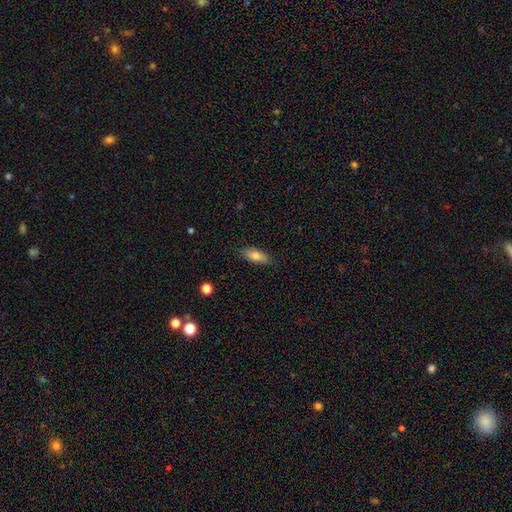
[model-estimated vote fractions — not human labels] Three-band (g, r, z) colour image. It shows a smooth galaxy with no disk features (76%) that is in between round and cigar-shaped (73%). Merging: none (86%).